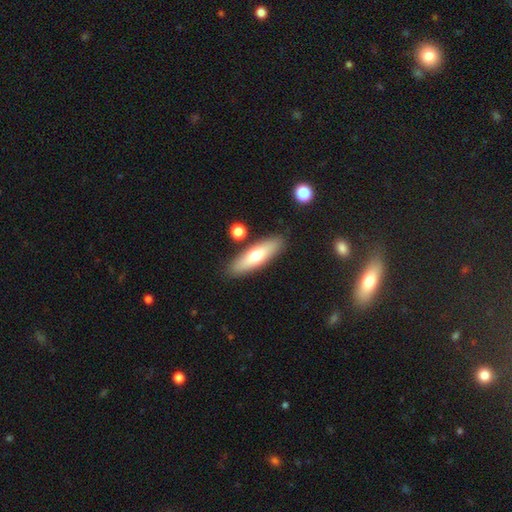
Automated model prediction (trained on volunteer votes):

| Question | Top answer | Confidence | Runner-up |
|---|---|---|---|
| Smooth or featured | smooth | 63% | featured or disk (31%) |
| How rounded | cigar-shaped | 54% | in between (43%) |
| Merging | none | 86% | minor disturbance (8%) |